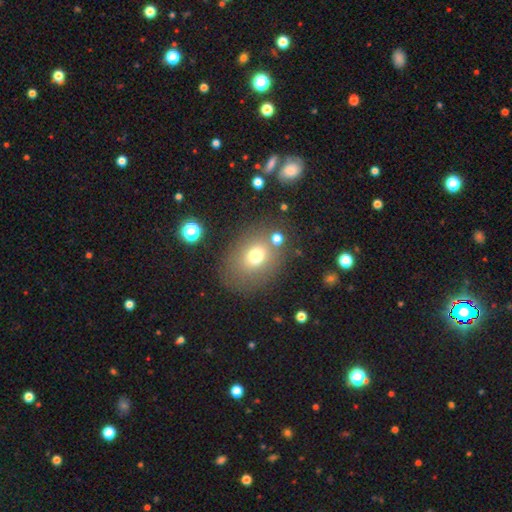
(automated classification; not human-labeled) Morphology: type=smooth (70%); roundness=in between (50%); merging=none (71%).